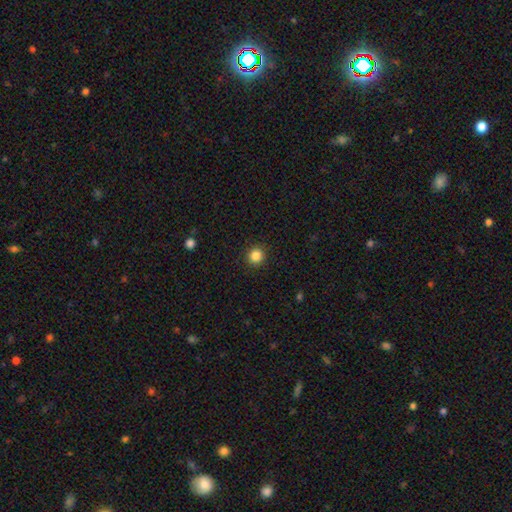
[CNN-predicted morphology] smooth_or_featured: smooth (p=0.85) [alt: star or artifact p=0.11]
how_rounded: round (p=0.93) [alt: in between p=0.06]
merging: none (p=0.92) [alt: minor disturbance p=0.05]